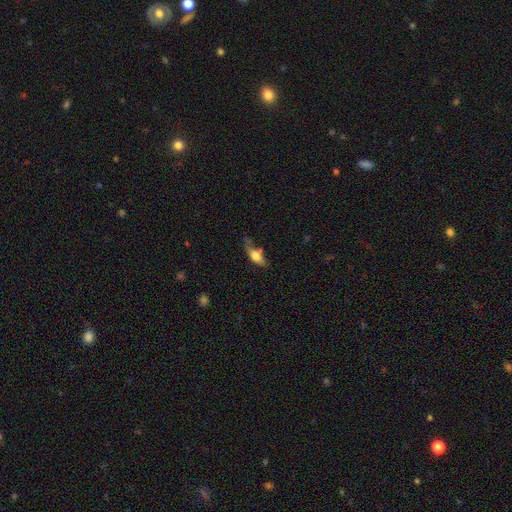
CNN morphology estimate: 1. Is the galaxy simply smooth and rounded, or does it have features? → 65% smooth, 27% featured or disk, 8% star or artifact.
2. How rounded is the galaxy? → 67% in between, 27% cigar-shaped, 6% round.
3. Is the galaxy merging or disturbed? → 38% none, 31% minor disturbance, 20% major disturbance, 11% merger.